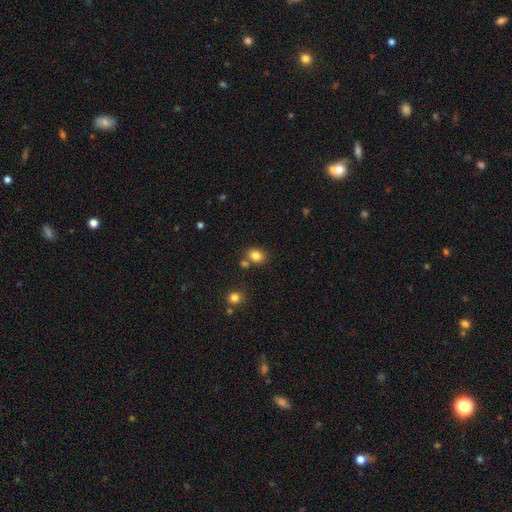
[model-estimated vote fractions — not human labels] smooth 82%, star or artifact 11%, featured or disk 7%. Down the decision tree: how rounded — in between (51%); merging — none (70%).